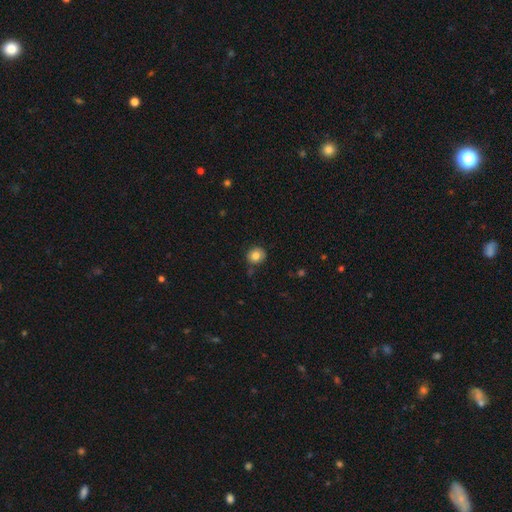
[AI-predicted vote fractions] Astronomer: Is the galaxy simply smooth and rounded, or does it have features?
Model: smooth — 81%.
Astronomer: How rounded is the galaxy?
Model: round — 84%.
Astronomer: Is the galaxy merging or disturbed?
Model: none — 82%.